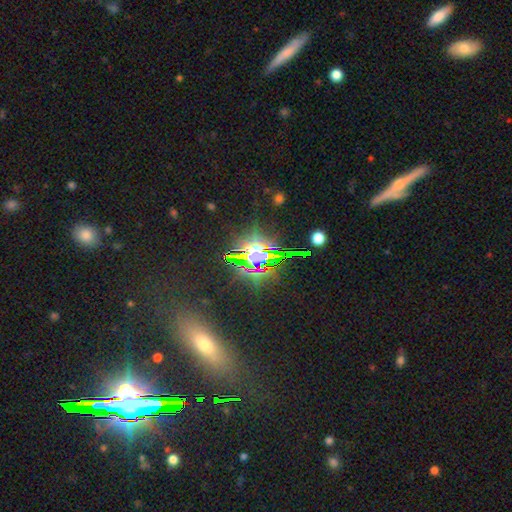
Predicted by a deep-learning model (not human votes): Overall: star or artifact (77%).